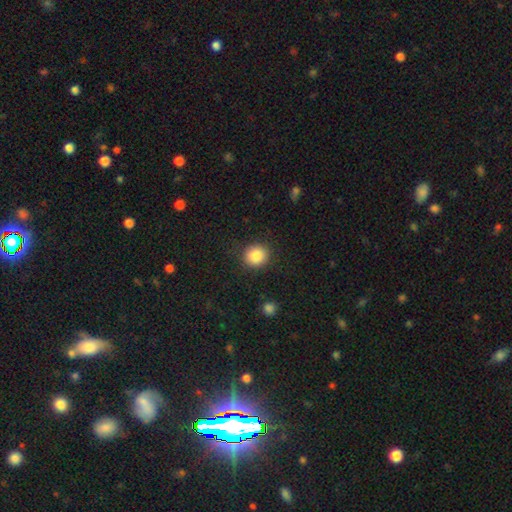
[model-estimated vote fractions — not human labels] Smooth or featured? smooth (86%)
How rounded? round (87%)
Merging? none (88%)